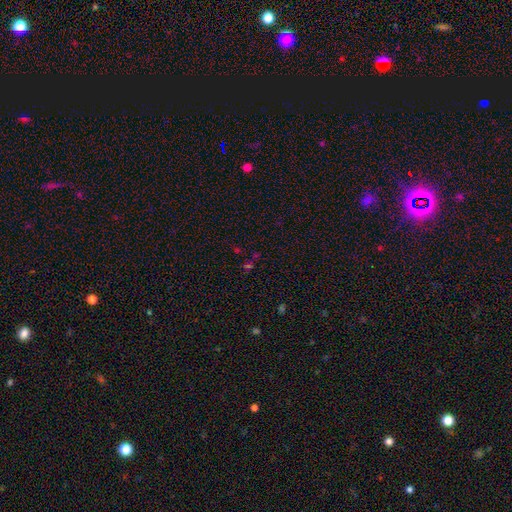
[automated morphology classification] The model was most divided on "smooth or featured": star or artifact: 56%, smooth: 35%, featured or disk: 9%.